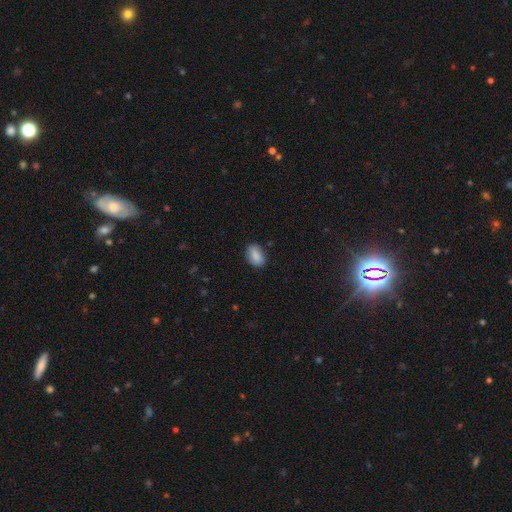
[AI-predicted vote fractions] Smooth or featured? smooth (87%)
How rounded? in between (87%)
Merging? none (81%)